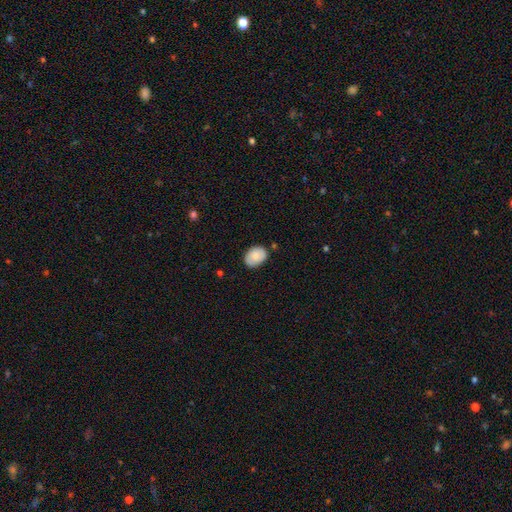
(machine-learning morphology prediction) smooth_or_featured: smooth (p=0.82) [alt: featured or disk p=0.11]
how_rounded: in between (p=0.71) [alt: round p=0.28]
merging: none (p=0.78) [alt: minor disturbance p=0.17]